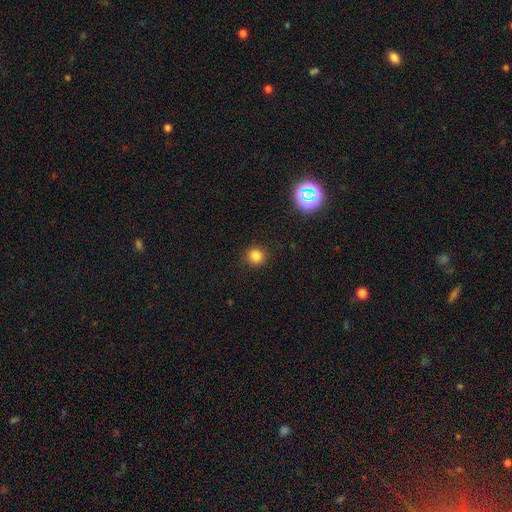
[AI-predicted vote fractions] A smooth galaxy with no disk features (82%) that is round (91%). Merging: none (90%).